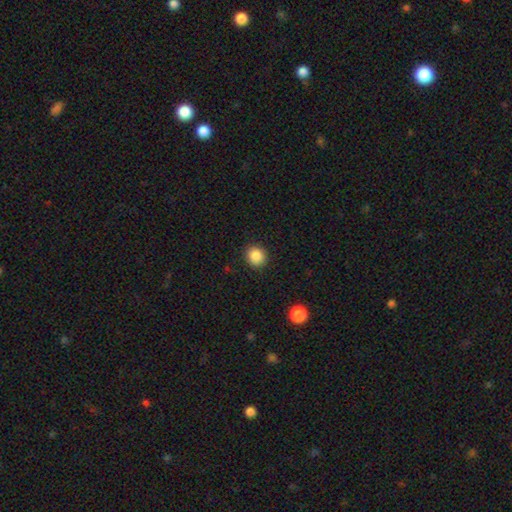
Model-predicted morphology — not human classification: smooth-or-featured: smooth: 87% | star or artifact: 10% | featured or disk: 3%
  how-rounded: round: 88% | in between: 11% | cigar-shaped: 1%
  merging: none: 91% | minor disturbance: 6% | major disturbance: 2% | merger: 1%